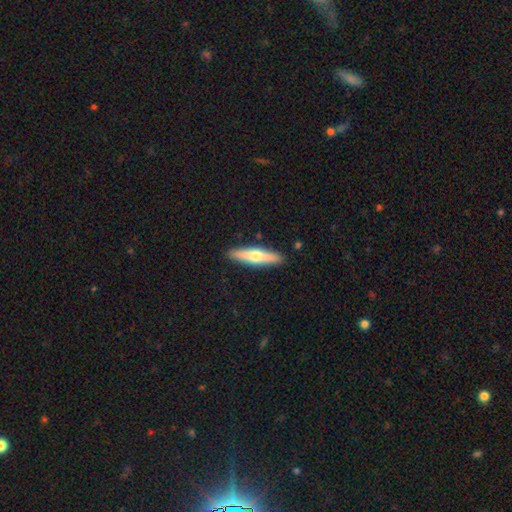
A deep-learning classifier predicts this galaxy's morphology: A smooth galaxy with no disk features (53%) that is cigar-shaped (81%).

Vote fractions:
- Smooth or featured? smooth: 53% / featured or disk: 41% / star or artifact: 5%
- How rounded? cigar-shaped: 81% / in between: 18% / round: 2%
- Merging? none: 90% / minor disturbance: 7% / major disturbance: 2% / merger: 1%